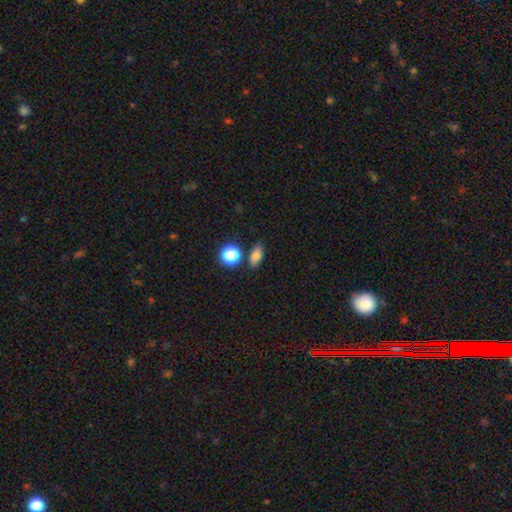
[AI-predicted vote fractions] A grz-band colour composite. It shows a smooth galaxy with no disk features (77%) that is in between round and cigar-shaped (75%). Merging: none (78%).